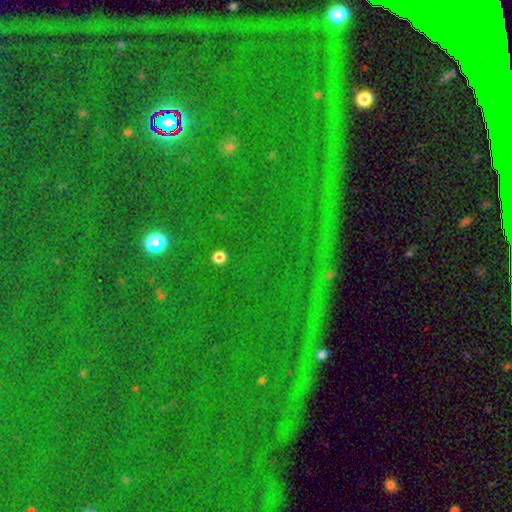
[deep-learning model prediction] Overall: star or artifact (83%).